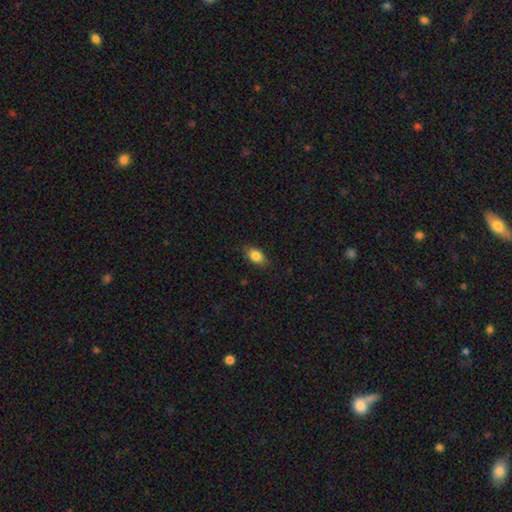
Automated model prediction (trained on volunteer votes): Smooth or featured: smooth — 85% (star or artifact — 8%)
How rounded: in between — 85% (round — 12%)
Merging: none — 83% (minor disturbance — 13%)